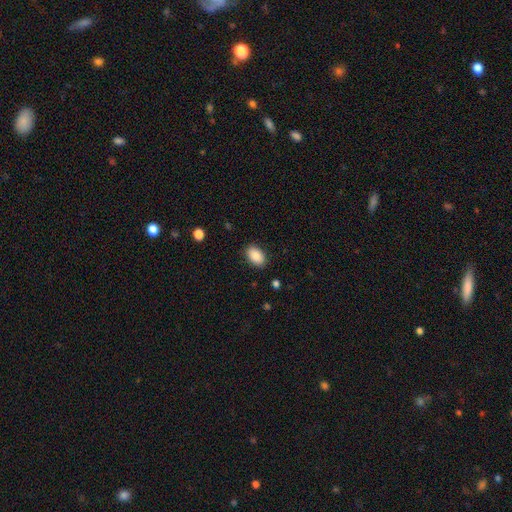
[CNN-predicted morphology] A smooth galaxy with no disk features (88%) that is in between round and cigar-shaped (90%). Merging: none (88%).